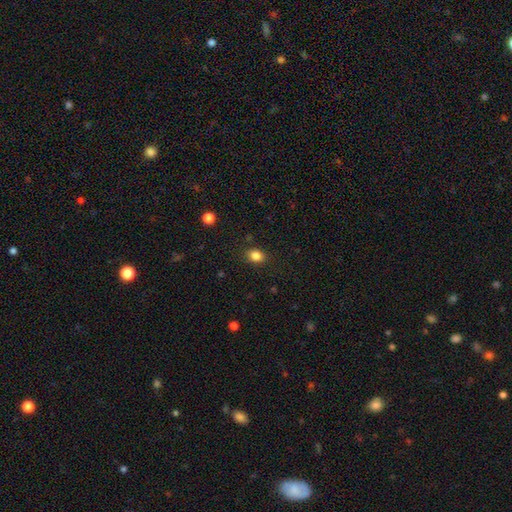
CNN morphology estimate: Smooth or featured? smooth (85%)
How rounded? in between (63%)
Merging? none (87%)